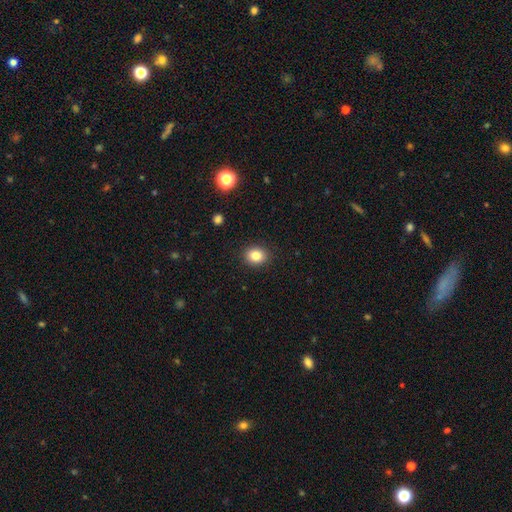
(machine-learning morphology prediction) This appears to be a smooth galaxy with no disk features (83%) that is round (62%). Merging: none (90%).